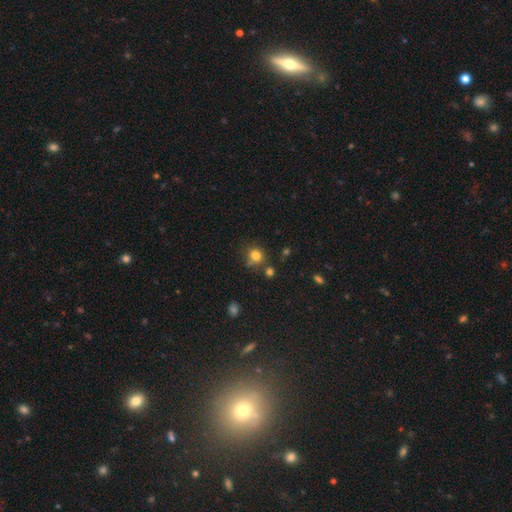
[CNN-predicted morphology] smooth-or-featured: smooth: 80% | star or artifact: 14% | featured or disk: 7%
  how-rounded: round: 86% | in between: 14% | cigar-shaped: 1%
  merging: none: 70% | minor disturbance: 15% | merger: 10% | major disturbance: 5%